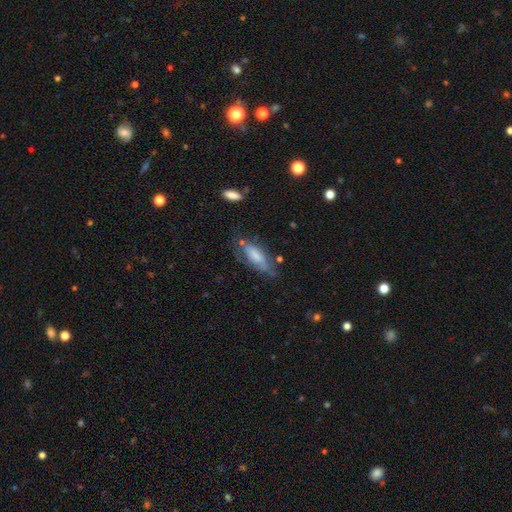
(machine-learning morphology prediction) The model was most divided on "merging": none: 50%, minor disturbance: 29%, major disturbance: 16%, merger: 5%. More confident: how rounded — in between (72%); smooth or featured — smooth (59%).